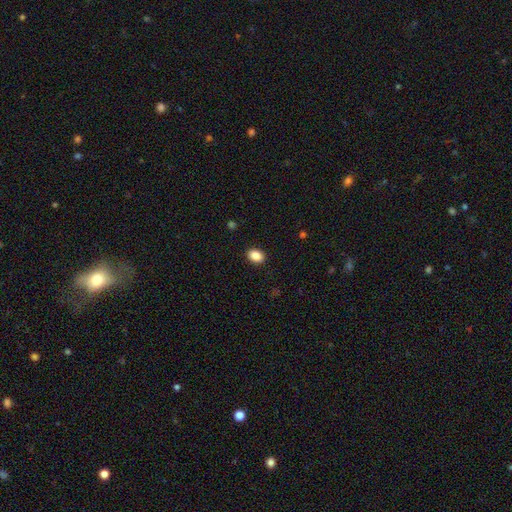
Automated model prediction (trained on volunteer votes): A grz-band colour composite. It shows a smooth galaxy with no disk features (89%) that is in between round and cigar-shaped (78%). Merging: none (90%).